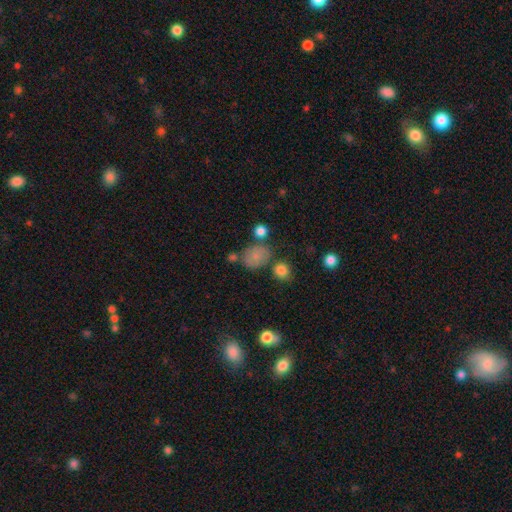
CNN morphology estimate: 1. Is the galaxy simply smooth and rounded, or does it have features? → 76% smooth, 12% star or artifact, 11% featured or disk.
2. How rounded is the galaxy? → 51% round, 48% in between, 1% cigar-shaped.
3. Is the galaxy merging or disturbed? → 60% none, 18% minor disturbance, 15% merger, 7% major disturbance.